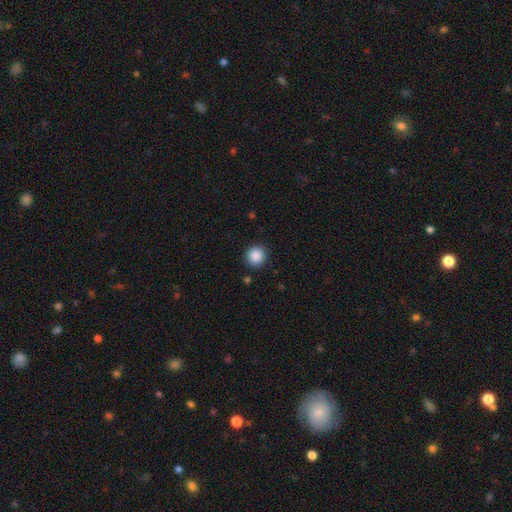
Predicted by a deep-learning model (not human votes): This is clearly a smooth galaxy (88%). How rounded: clearly round (93%). Merging: clearly none (90%).